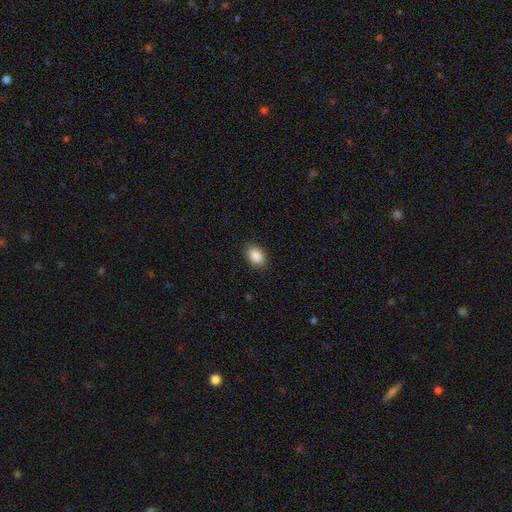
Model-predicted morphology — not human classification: A smooth galaxy with no disk features (88%) that is in between round and cigar-shaped (82%).

Vote fractions:
- Smooth or featured? smooth: 88% / star or artifact: 8% / featured or disk: 4%
- How rounded? in between: 82% / round: 16% / cigar-shaped: 1%
- Merging? none: 89% / minor disturbance: 8% / major disturbance: 2% / merger: 1%